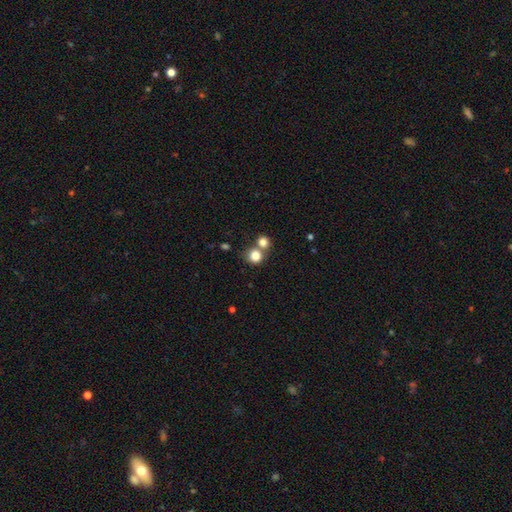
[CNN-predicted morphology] The model was most divided on "merging": none: 54%, merger: 36%, minor disturbance: 7%, major disturbance: 3%. More confident: how rounded — round (87%); smooth or featured — smooth (81%).